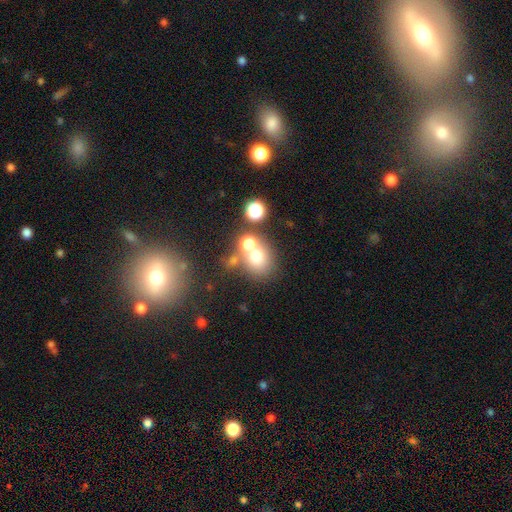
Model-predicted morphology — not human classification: smooth_or_featured: smooth (p=0.66) [alt: star or artifact p=0.17]
how_rounded: round (p=0.70) [alt: in between p=0.29]
merging: none (p=0.45) [alt: merger p=0.39]